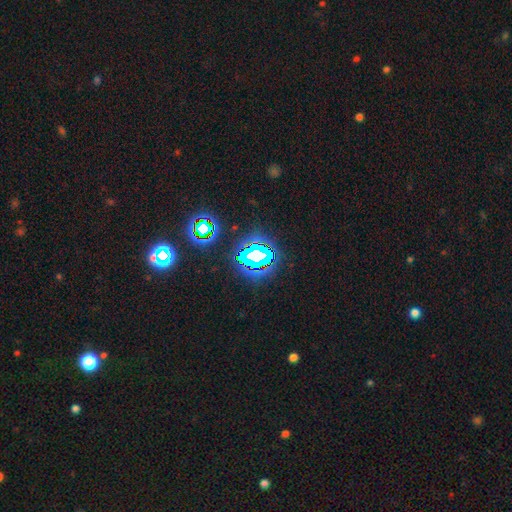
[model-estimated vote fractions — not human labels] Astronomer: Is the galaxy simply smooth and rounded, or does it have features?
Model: star or artifact — 79%.